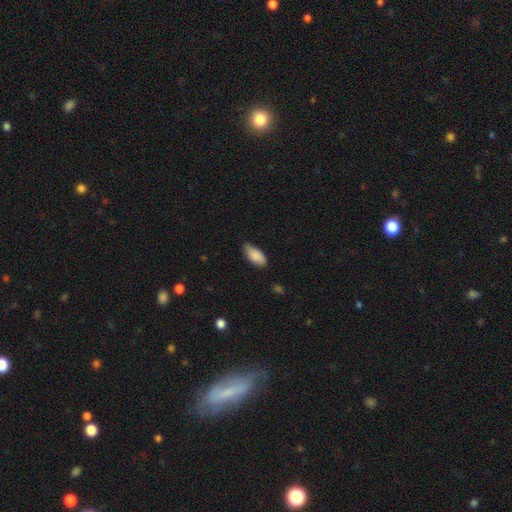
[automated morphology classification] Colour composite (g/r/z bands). It shows a smooth galaxy with no disk features (87%) that is in between round and cigar-shaped (91%). Merging: none (78%).